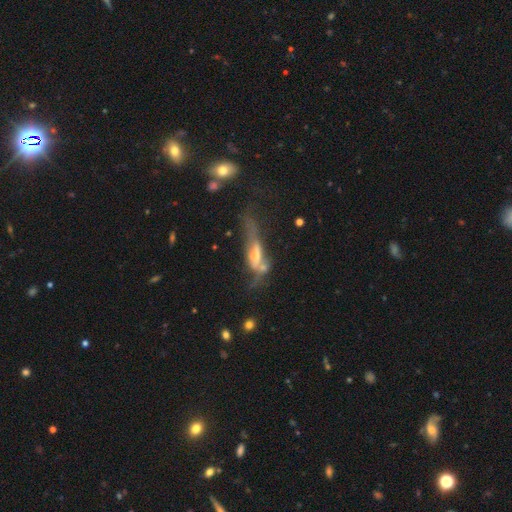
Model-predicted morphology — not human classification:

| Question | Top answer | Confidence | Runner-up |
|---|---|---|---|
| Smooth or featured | featured or disk | 61% | smooth (27%) |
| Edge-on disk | no | 57% | yes (43%) |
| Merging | major disturbance | 37% | merger (23%) |